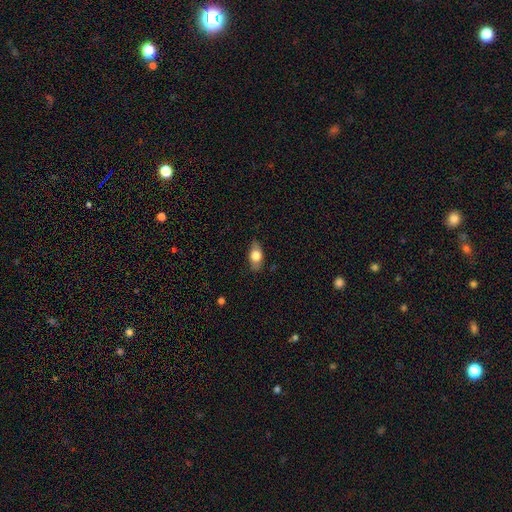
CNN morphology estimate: The model was most divided on "smooth or featured": smooth: 71%, featured or disk: 22%, star or artifact: 7%. More confident: how rounded — in between (86%); merging — none (80%).